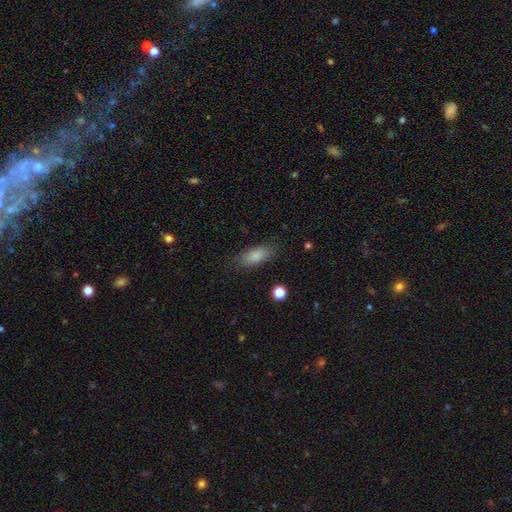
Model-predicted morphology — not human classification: Overall: smooth (84%). How rounded: in between (78%). Merging: none (83%).